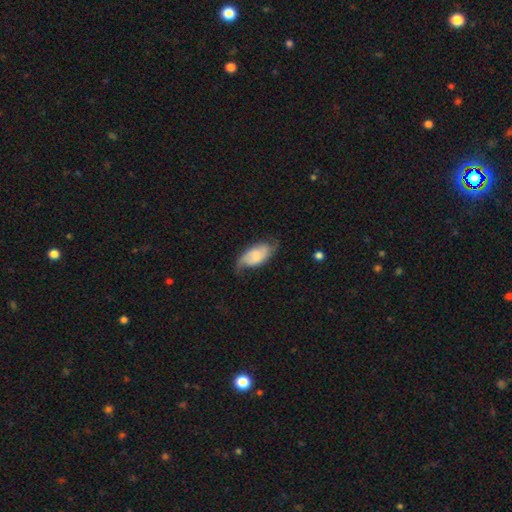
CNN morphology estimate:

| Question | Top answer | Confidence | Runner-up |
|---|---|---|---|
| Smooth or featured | smooth | 49% | featured or disk (44%) |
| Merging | none | 52% | minor disturbance (31%) |